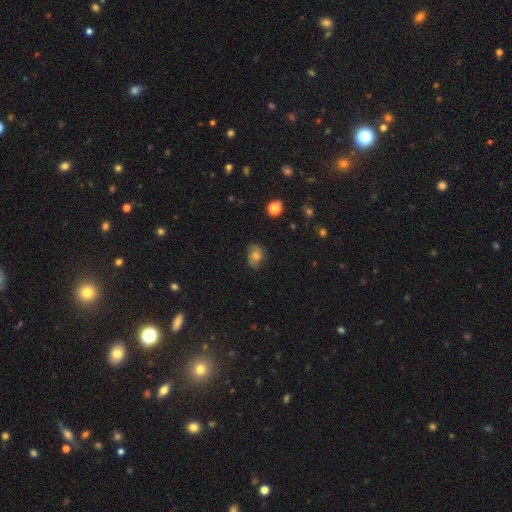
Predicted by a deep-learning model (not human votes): Smooth or featured? Predicted: smooth (p=0.67). How rounded? Predicted: in between (p=0.60). Merging? Predicted: none (p=0.65).